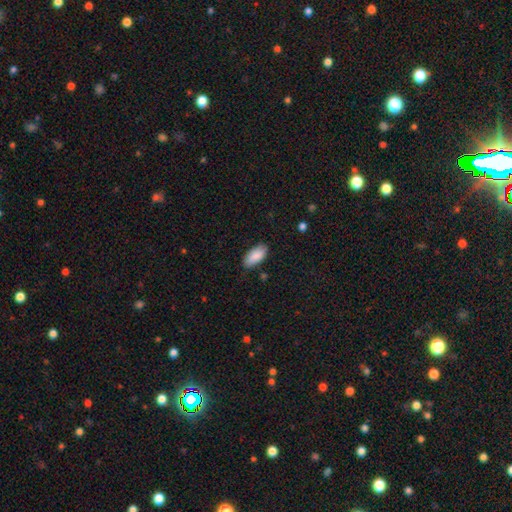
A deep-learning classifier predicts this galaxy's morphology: Smooth or featured?
  - smooth: 89% *
  - star or artifact: 6%
  - featured or disk: 5%
How rounded?
  - in between: 91% *
  - cigar-shaped: 7%
  - round: 2%
Merging?
  - none: 82% *
  - minor disturbance: 14%
  - major disturbance: 3%
  - merger: 1%